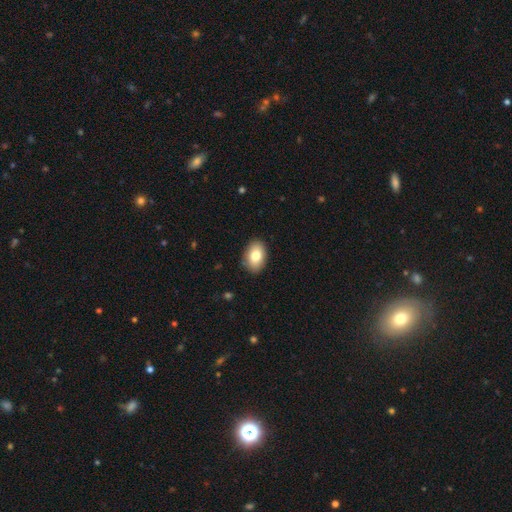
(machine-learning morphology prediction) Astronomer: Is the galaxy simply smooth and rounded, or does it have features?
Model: smooth — 79%.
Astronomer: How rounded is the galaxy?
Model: in between — 87%.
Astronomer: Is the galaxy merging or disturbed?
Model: none — 87%.